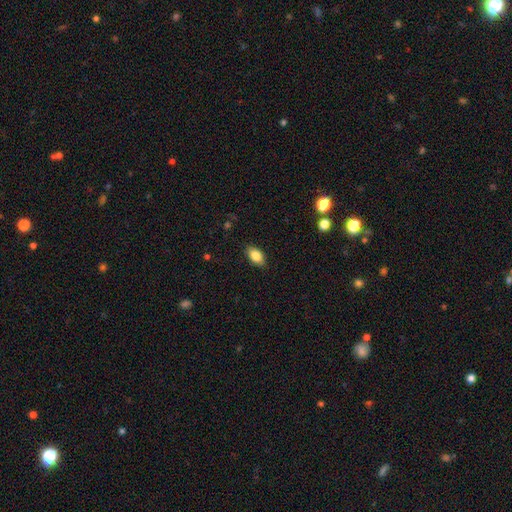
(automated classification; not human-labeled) Overall: smooth (85%). How rounded: in between (90%). Merging: none (87%).